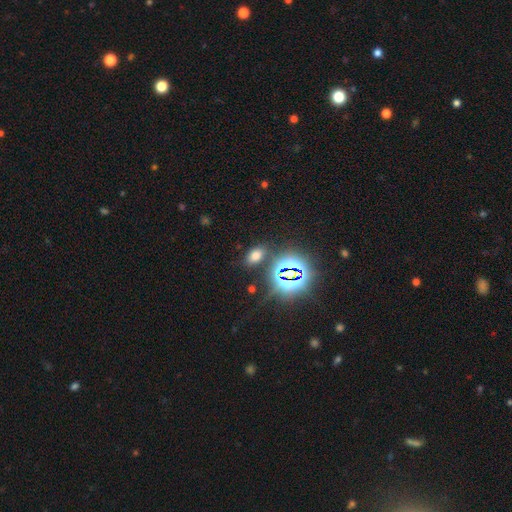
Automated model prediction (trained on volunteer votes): This is likely a smooth galaxy (60%). How rounded: clearly in between (86%). Merging: clearly none (81%).